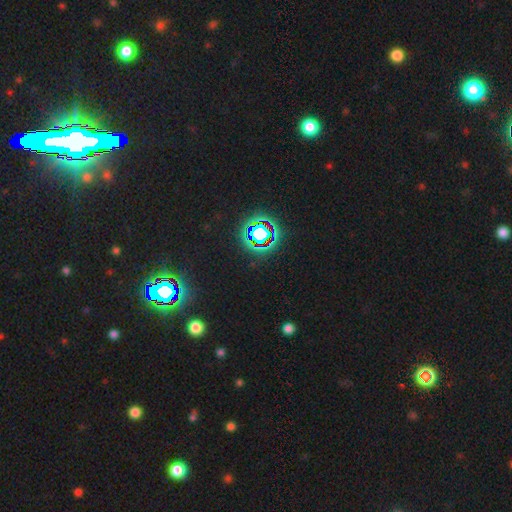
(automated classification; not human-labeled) smooth-or-featured: star or artifact: 81% | smooth: 11% | featured or disk: 8%